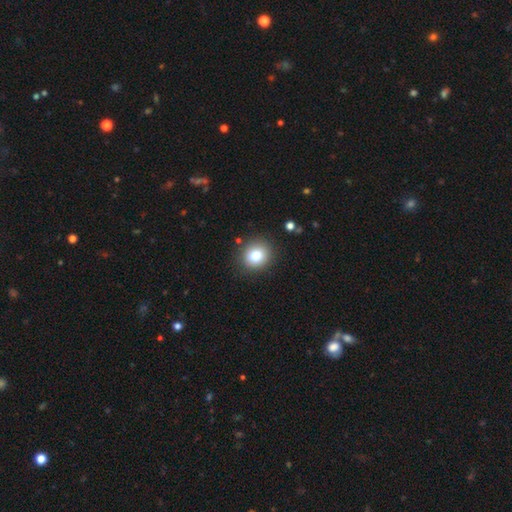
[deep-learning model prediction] Overall: smooth (80%). How rounded: round (83%). Merging: none (88%).